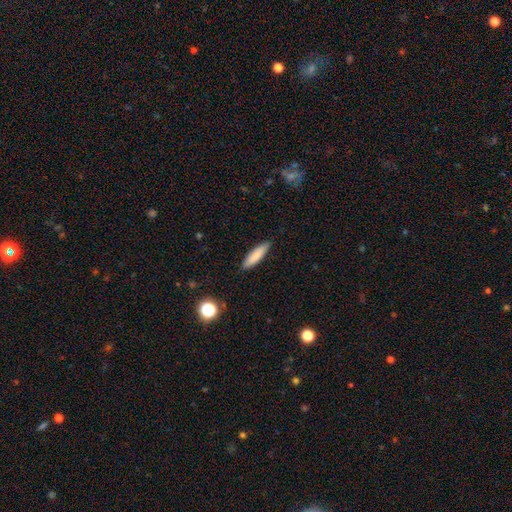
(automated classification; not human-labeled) The model was most divided on "how rounded": cigar-shaped: 71%, in between: 28%, round: 2%. More confident: merging — none (87%); smooth or featured — smooth (82%).